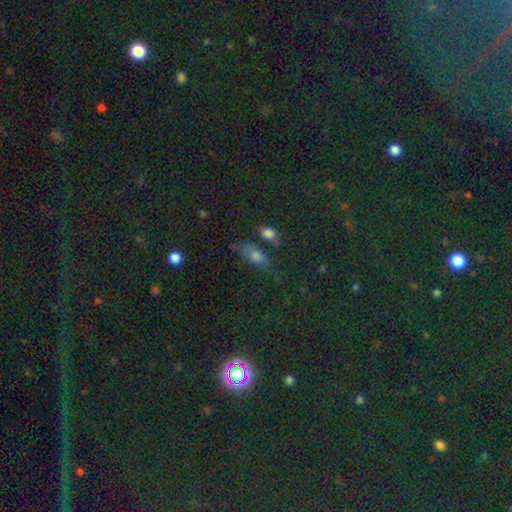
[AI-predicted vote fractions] Q: Smooth or featured?
A: smooth (65%); runner-up: star or artifact (19%)
Q: How rounded?
A: in between (69%); runner-up: cigar-shaped (22%)
Q: Merging?
A: none (52%); runner-up: minor disturbance (21%)